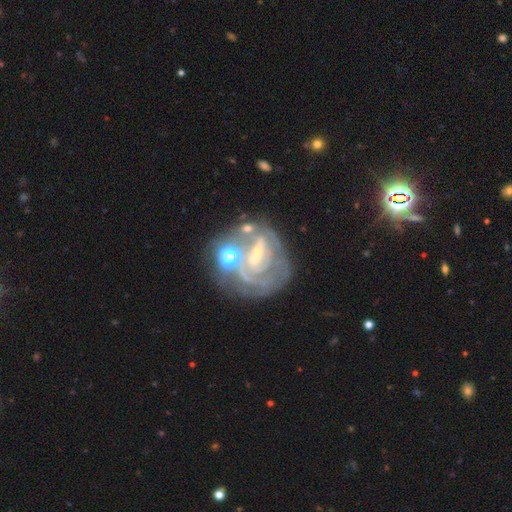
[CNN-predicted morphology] smooth_or_featured: featured or disk (p=0.77) [alt: star or artifact p=0.12]
disk_edge_on: no (p=0.97) [alt: yes p=0.03]
bar: weak (p=0.39) [alt: no p=0.32]
has_spiral_arms: yes (p=0.80) [alt: no p=0.20]
spiral_winding: tight (p=0.58) [alt: medium p=0.30]
spiral_arm_count: can't tell (p=0.40) [alt: 2 p=0.27]
bulge_size: small (p=0.68) [alt: moderate p=0.19]
merging: none (p=0.48) [alt: major disturbance p=0.18]